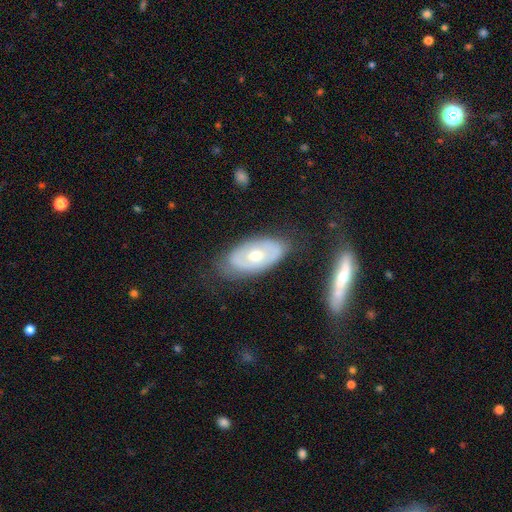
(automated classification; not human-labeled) This is possibly a featured or disk galaxy (58%). It is clearly not viewed edge-on (87%). Bar: clearly no (86%). Spiral arm pattern: likely no (70%). Central bulge: likely moderate (70%). Merging: likely none (74%).